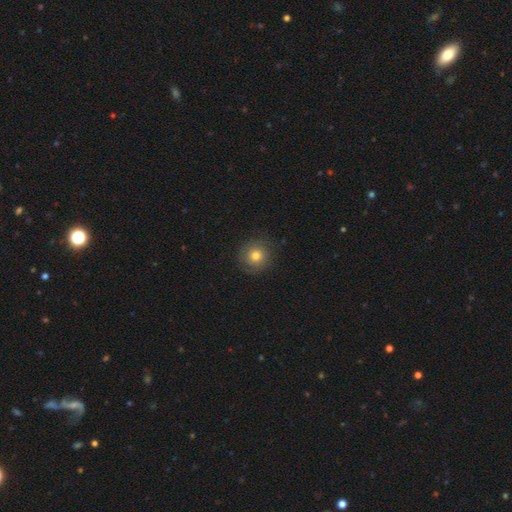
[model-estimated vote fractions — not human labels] Overall: smooth (71%). How rounded: round (93%). Merging: none (84%).